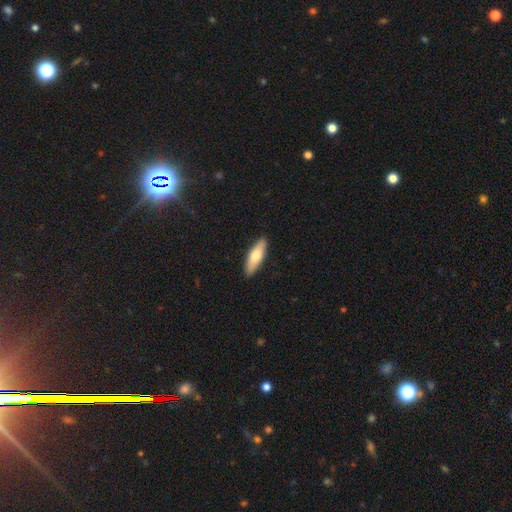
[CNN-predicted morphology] A smooth galaxy with no disk features (72%) that is in between round and cigar-shaped (50%).

Vote fractions:
- Smooth or featured? smooth: 72% / featured or disk: 22% / star or artifact: 5%
- How rounded? in between: 50% / cigar-shaped: 48% / round: 2%
- Merging? none: 90% / minor disturbance: 7% / major disturbance: 1% / merger: 1%